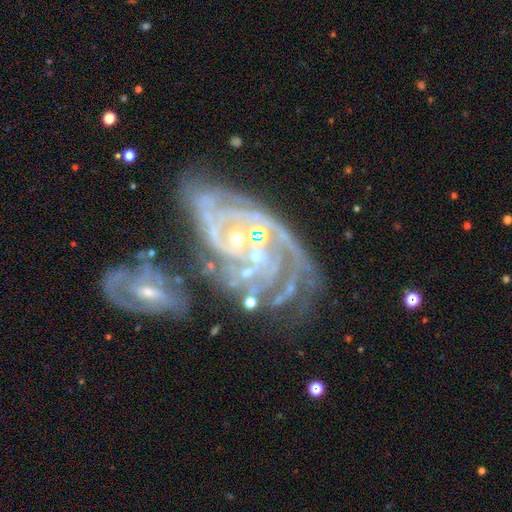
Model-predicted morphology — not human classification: A featured or disk galaxy (83%) with no bar (76%), tight (56%) spiral arms (89%) and a small central bulge (59%). Merging: none (34%).